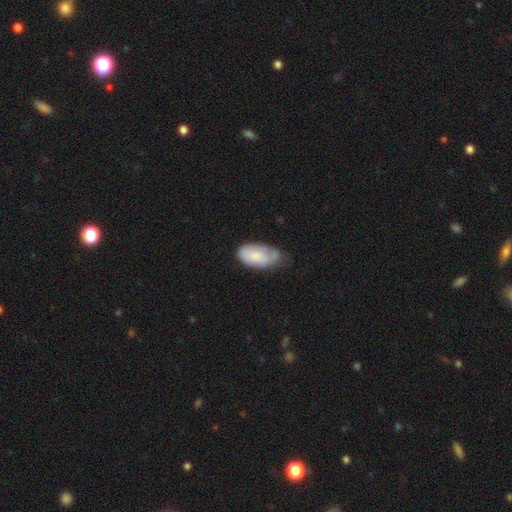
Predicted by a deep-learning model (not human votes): smooth_or_featured: smooth (p=0.75) [alt: featured or disk p=0.18]
how_rounded: in between (p=0.94) [alt: round p=0.03]
merging: minor disturbance (p=0.45) [alt: none p=0.37]